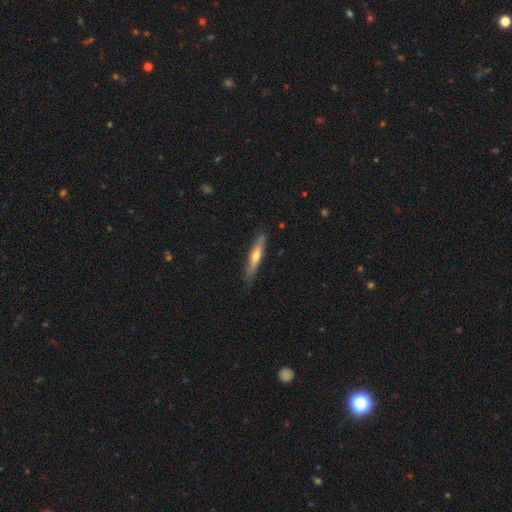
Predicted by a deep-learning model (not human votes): smooth_or_featured: smooth (p=0.48) [alt: featured or disk p=0.47]
merging: none (p=0.80) [alt: minor disturbance p=0.17]